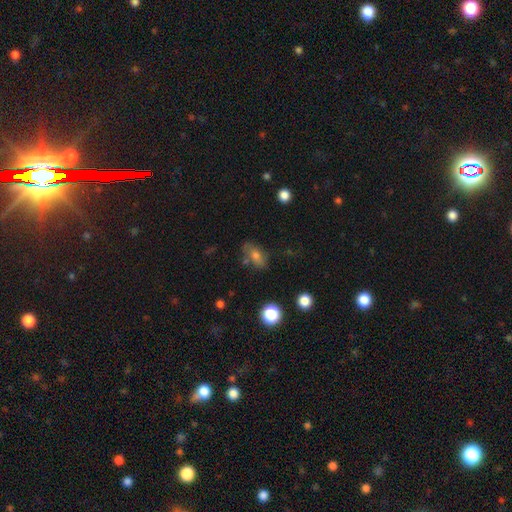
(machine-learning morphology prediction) Smooth or featured? Predicted: smooth (p=0.67). How rounded? Predicted: in between (p=0.80). Merging? Predicted: none (p=0.68).